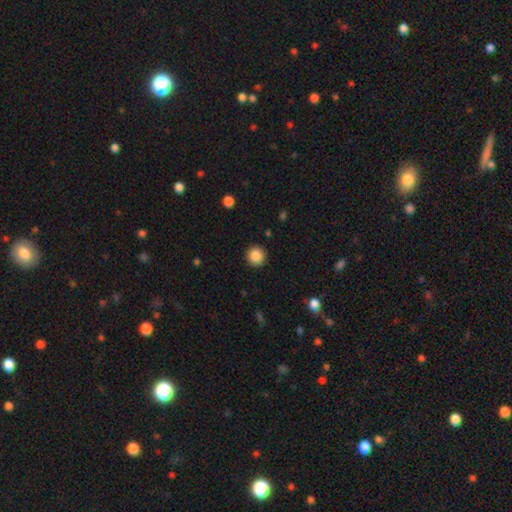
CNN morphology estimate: Overall: smooth (86%). How rounded: round (95%). Merging: none (92%).